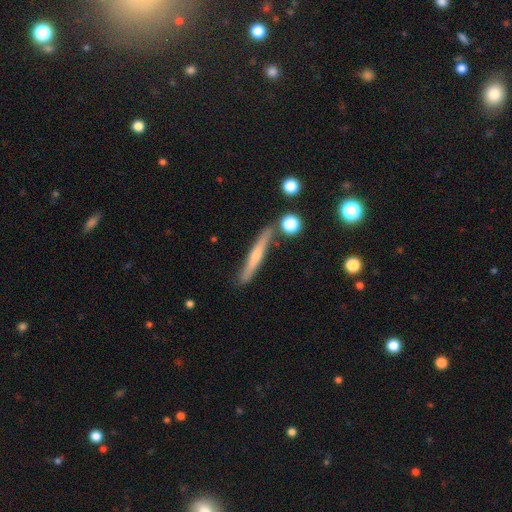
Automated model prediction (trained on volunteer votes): A featured or disk galaxy (47%). Merging: none (79%).